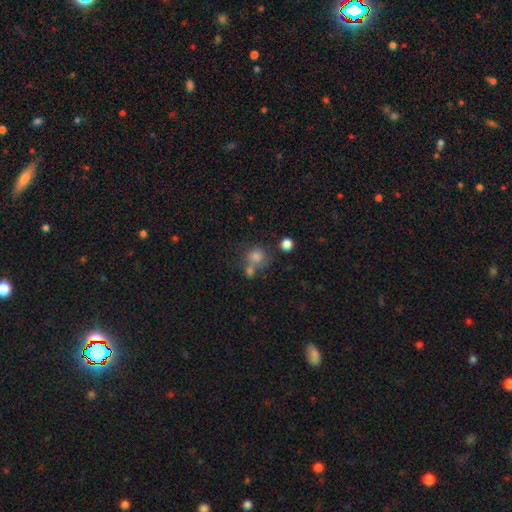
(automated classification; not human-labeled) Smooth or featured: smooth — 75% (star or artifact — 16%)
How rounded: round — 81% (in between — 18%)
Merging: none — 50% (merger — 33%)